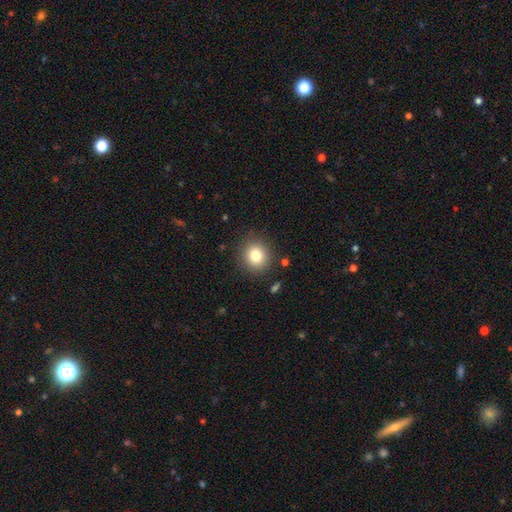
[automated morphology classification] Smooth or featured? Predicted: smooth (p=0.81). How rounded? Predicted: round (p=0.88). Merging? Predicted: none (p=0.88).